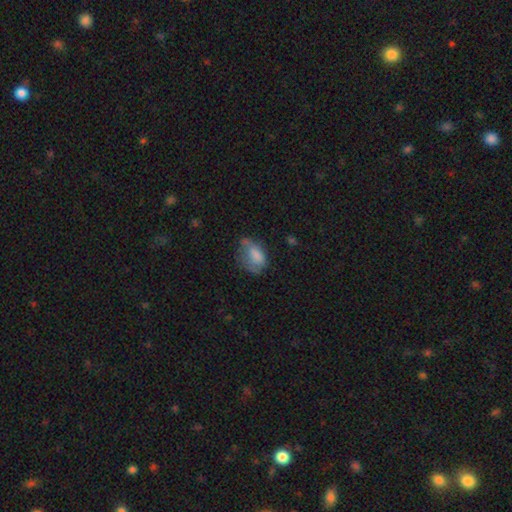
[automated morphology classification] This is likely a smooth galaxy (72%). How rounded: clearly in between (82%). Merging: marginally none (38%).